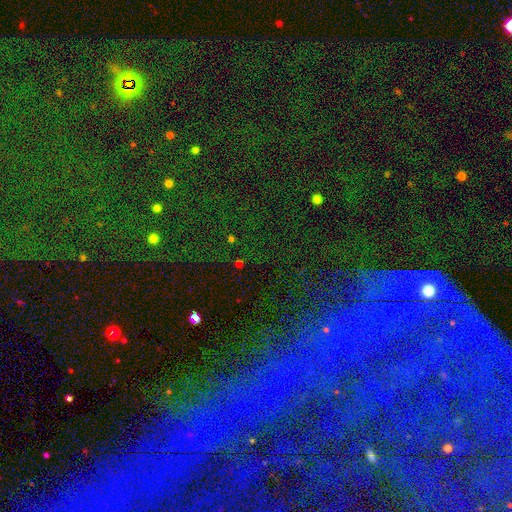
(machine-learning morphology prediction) Smooth or featured?
  - star or artifact: 71% *
  - smooth: 15%
  - featured or disk: 14%